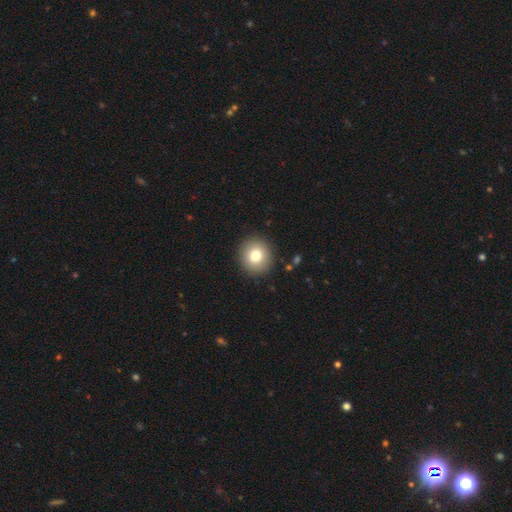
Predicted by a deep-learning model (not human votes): This is likely a smooth galaxy (79%). How rounded: clearly round (89%). Merging: clearly none (91%).